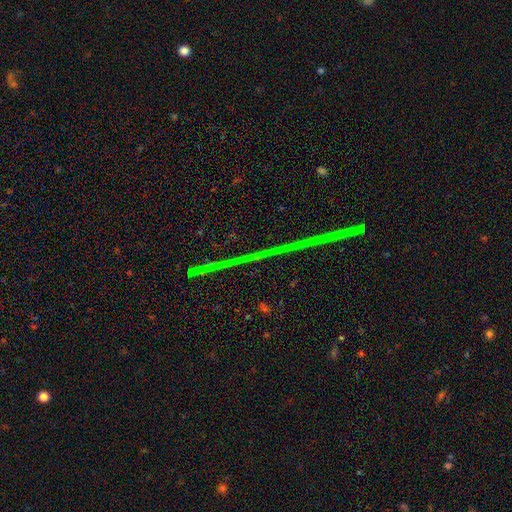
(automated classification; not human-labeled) Smooth or featured? star or artifact (83%)